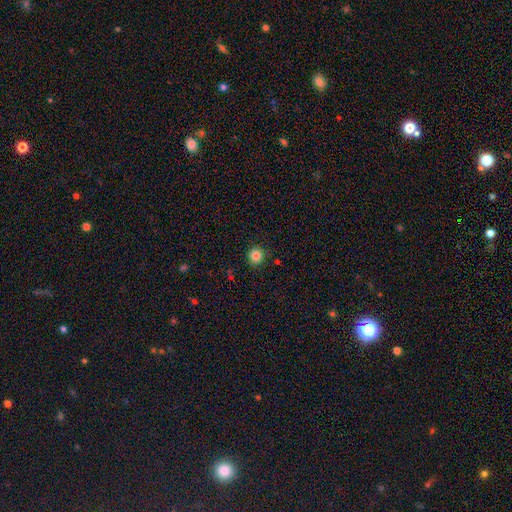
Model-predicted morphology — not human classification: This appears to be a smooth galaxy with no disk features (85%) that is round (93%). Merging: none (89%).